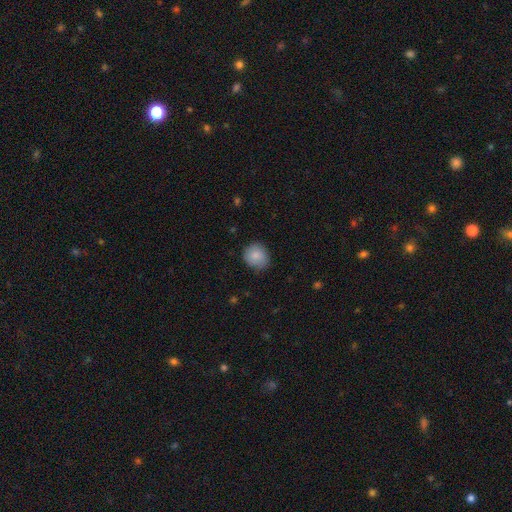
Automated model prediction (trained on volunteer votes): The model was most divided on "how rounded": round: 77%, in between: 23%, cigar-shaped: 1%. More confident: smooth or featured — smooth (86%); merging — none (80%).